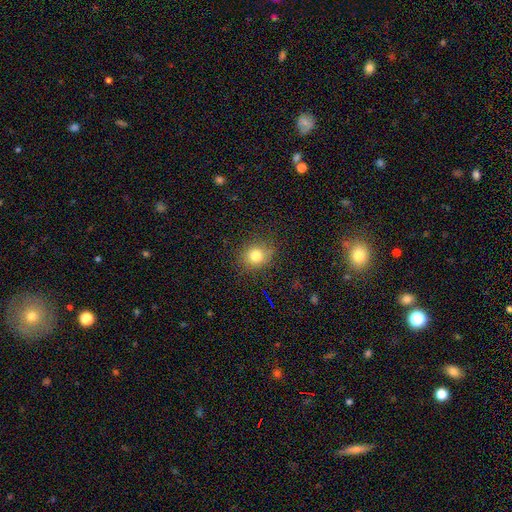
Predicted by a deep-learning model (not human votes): The model was most divided on "how rounded": round: 79%, in between: 20%, cigar-shaped: 1%. More confident: merging — none (84%); smooth or featured — smooth (76%).